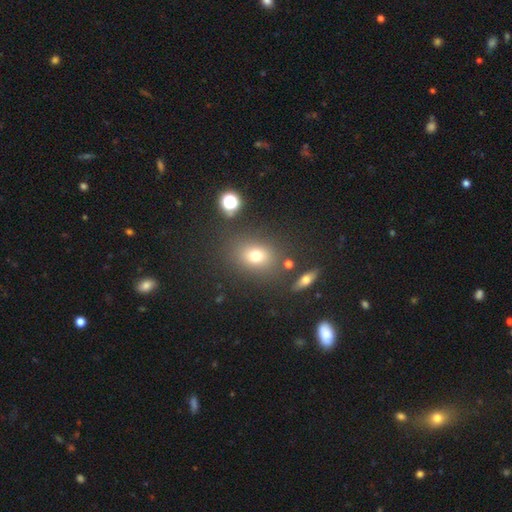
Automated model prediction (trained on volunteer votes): This is likely a smooth galaxy (71%). How rounded: possibly round (52%). Merging: likely none (78%).